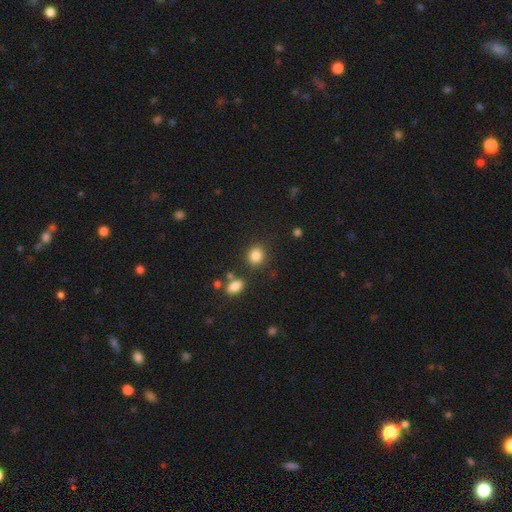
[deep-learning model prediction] Overall: smooth (85%). How rounded: round (77%). Merging: none (82%).